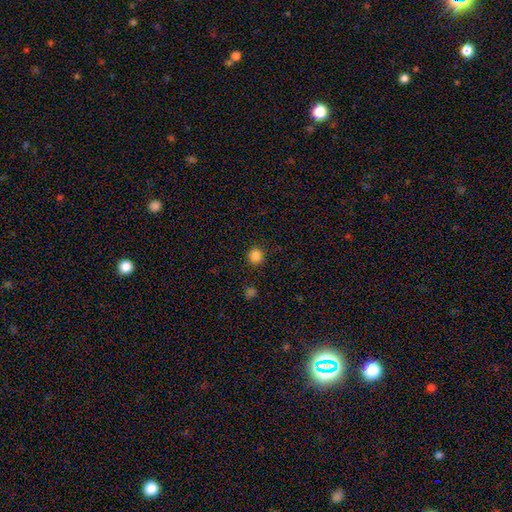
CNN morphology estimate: A smooth galaxy with no disk features (84%) that is round (94%). Merging: none (91%).